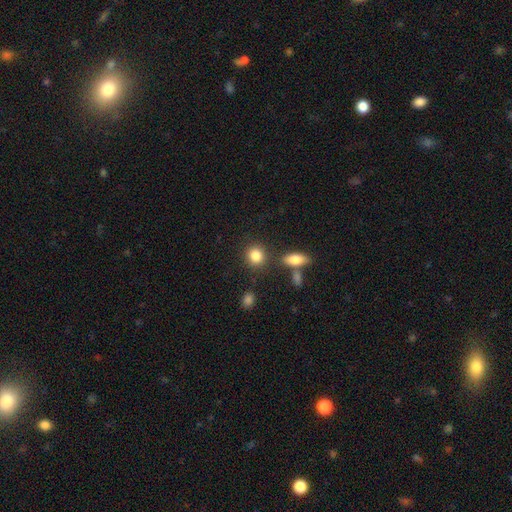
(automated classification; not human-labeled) Smooth or featured?
  - smooth: 85% *
  - star or artifact: 9%
  - featured or disk: 6%
How rounded?
  - round: 80% *
  - in between: 19%
  - cigar-shaped: 2%
Merging?
  - none: 79% *
  - minor disturbance: 9%
  - merger: 9%
  - major disturbance: 4%